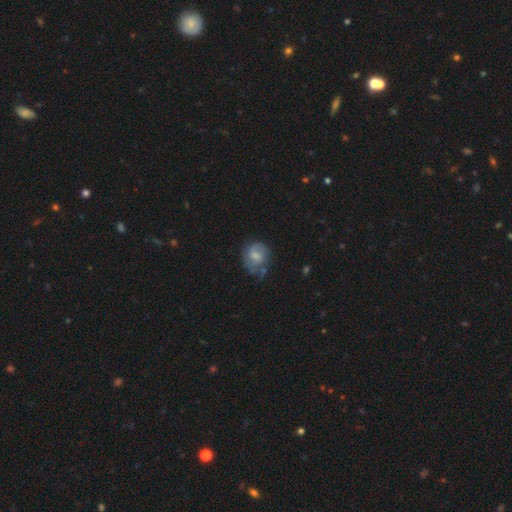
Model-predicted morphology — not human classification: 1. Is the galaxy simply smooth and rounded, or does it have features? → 52% smooth, 40% featured or disk, 8% star or artifact.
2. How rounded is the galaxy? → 70% round, 29% in between, 1% cigar-shaped.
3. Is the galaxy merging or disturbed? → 51% none, 30% minor disturbance, 14% major disturbance, 5% merger.